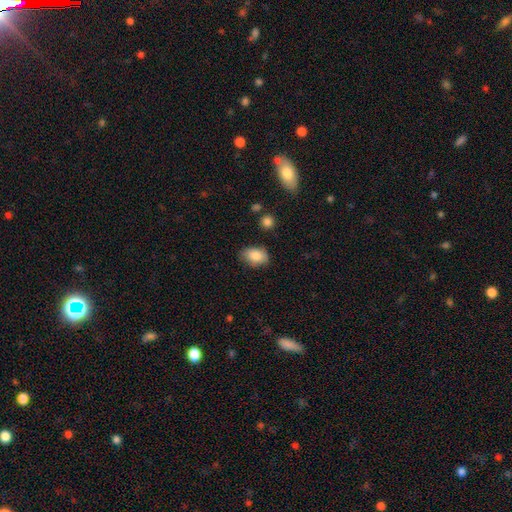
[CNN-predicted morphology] Q: Smooth or featured?
A: smooth (85%); runner-up: star or artifact (8%)
Q: How rounded?
A: in between (83%); runner-up: round (16%)
Q: Merging?
A: none (75%); runner-up: minor disturbance (20%)